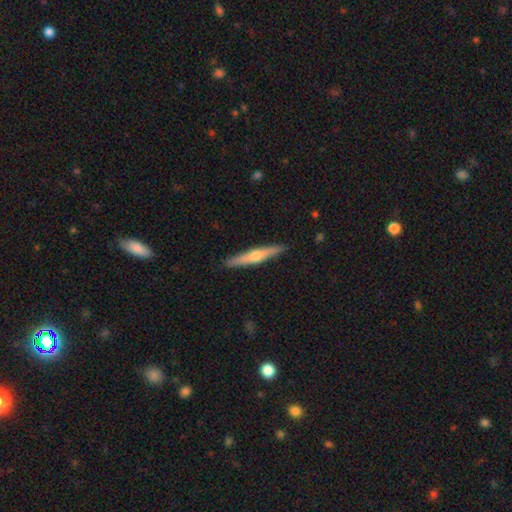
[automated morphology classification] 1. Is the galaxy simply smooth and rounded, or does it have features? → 55% featured or disk, 39% smooth, 5% star or artifact.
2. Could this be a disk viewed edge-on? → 96% yes, 4% no.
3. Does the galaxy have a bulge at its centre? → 87% rounded, 10% none, 4% boxy.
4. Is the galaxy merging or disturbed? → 91% none, 7% minor disturbance, 1% major disturbance, 1% merger.